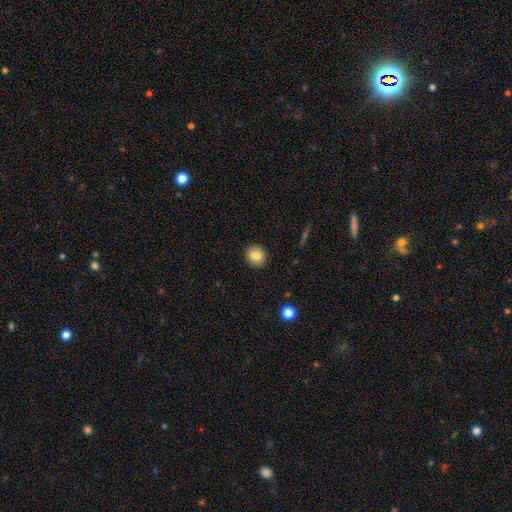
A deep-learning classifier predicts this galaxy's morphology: The model was most divided on "smooth or featured": smooth: 82%, featured or disk: 9%, star or artifact: 9%. More confident: merging — none (91%); how rounded — round (86%).